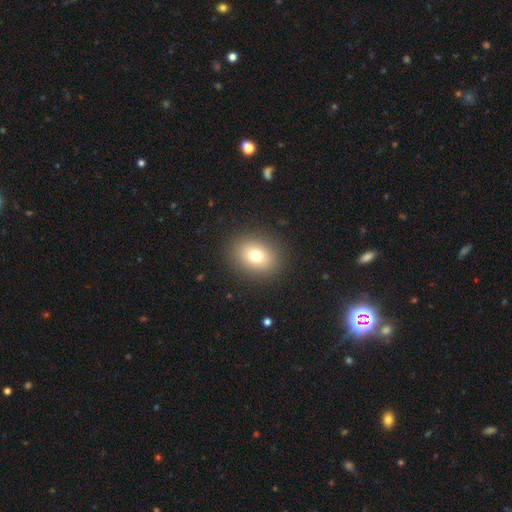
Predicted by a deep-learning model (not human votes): Smooth or featured?
  - smooth: 76% *
  - star or artifact: 12%
  - featured or disk: 12%
How rounded?
  - round: 51% *
  - in between: 48%
  - cigar-shaped: 1%
Merging?
  - none: 89% *
  - minor disturbance: 7%
  - major disturbance: 3%
  - merger: 1%